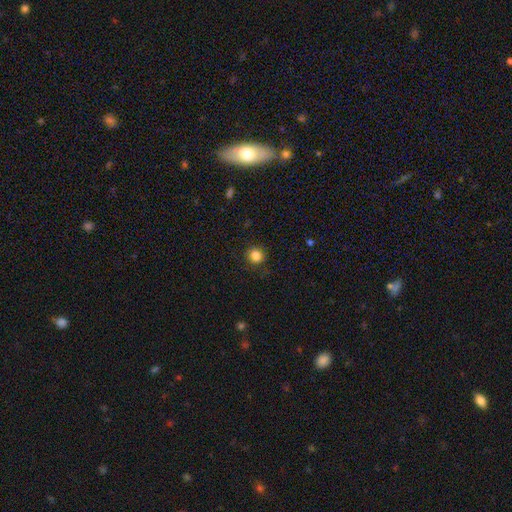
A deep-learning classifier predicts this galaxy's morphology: Smooth or featured?
  - smooth: 85% *
  - star or artifact: 11%
  - featured or disk: 4%
How rounded?
  - round: 92% *
  - in between: 7%
  - cigar-shaped: 1%
Merging?
  - none: 89% *
  - minor disturbance: 8%
  - major disturbance: 2%
  - merger: 1%